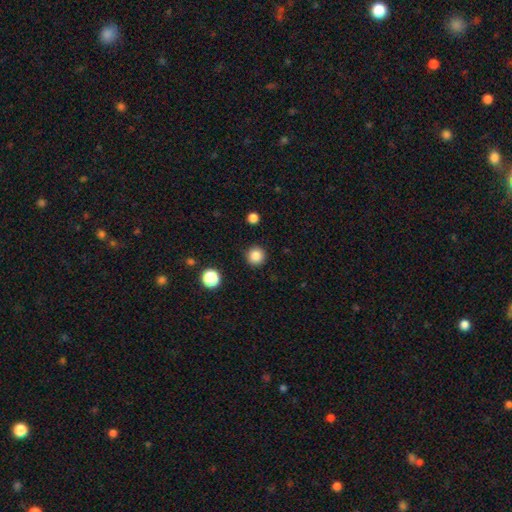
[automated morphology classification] Q: Smooth or featured?
A: smooth (85%); runner-up: star or artifact (11%)
Q: How rounded?
A: round (96%); runner-up: in between (3%)
Q: Merging?
A: none (92%); runner-up: minor disturbance (5%)